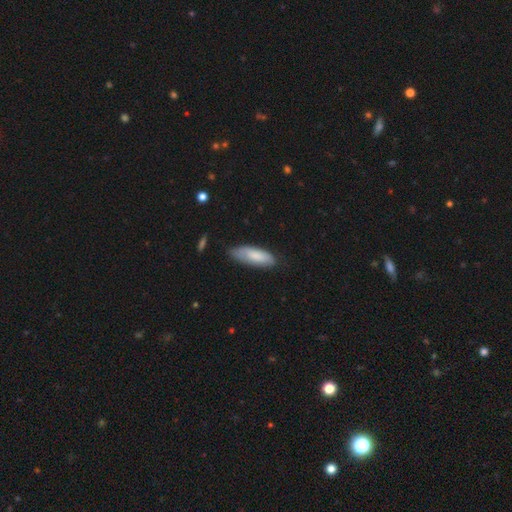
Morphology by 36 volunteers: smooth_or_featured: smooth (p=0.86) [alt: featured or disk p=0.11]
how_rounded: in between (p=0.71) [alt: cigar-shaped p=0.26]
merging: none (p=0.60) [alt: minor disturbance p=0.29]